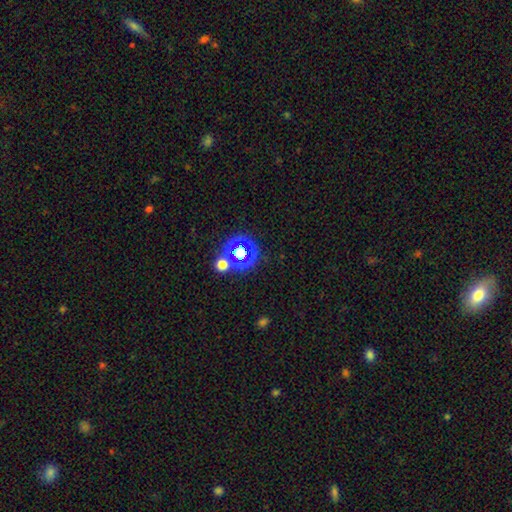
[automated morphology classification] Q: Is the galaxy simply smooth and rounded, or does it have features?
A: star or artifact — 51%.